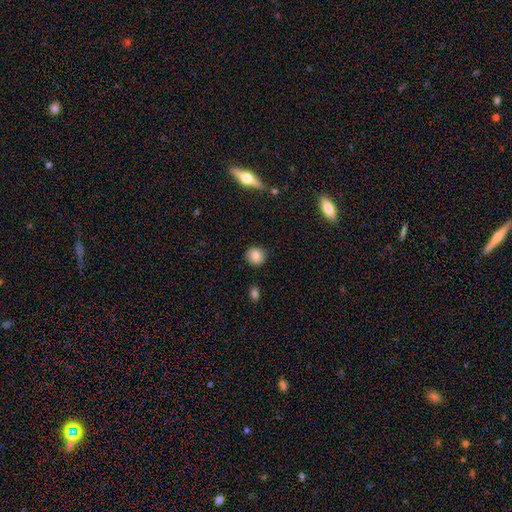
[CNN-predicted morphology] A smooth galaxy with no disk features (84%) that is round (88%).

Vote fractions:
- Smooth or featured? smooth: 84% / star or artifact: 9% / featured or disk: 7%
- How rounded? round: 88% / in between: 11% / cigar-shaped: 1%
- Merging? none: 90% / minor disturbance: 7% / major disturbance: 2% / merger: 1%